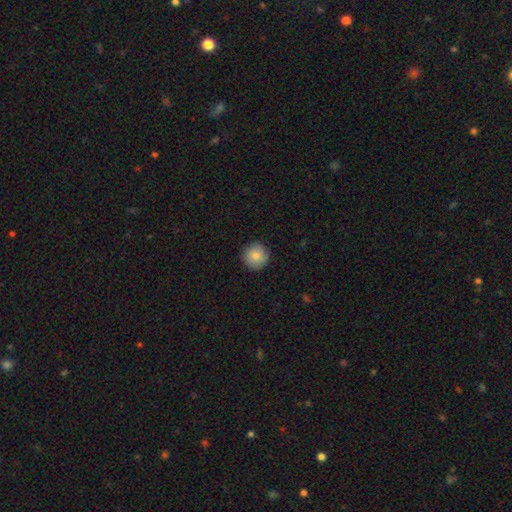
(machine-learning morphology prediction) Smooth or featured: smooth — 85% (star or artifact — 8%)
How rounded: round — 95% (in between — 4%)
Merging: none — 91% (minor disturbance — 7%)